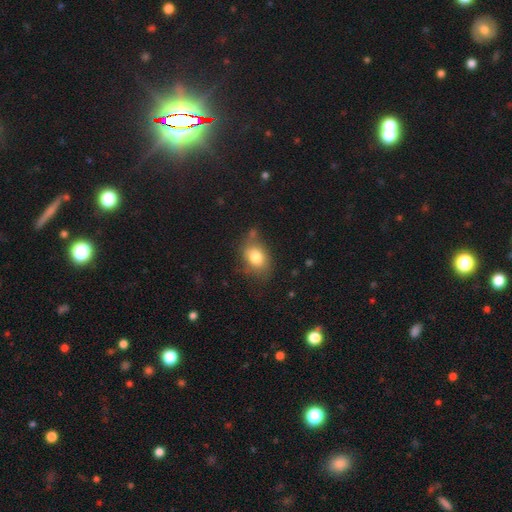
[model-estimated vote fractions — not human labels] smooth 81%, featured or disk 11%, star or artifact 9%. Down the decision tree: how rounded — in between (76%); merging — none (63%).